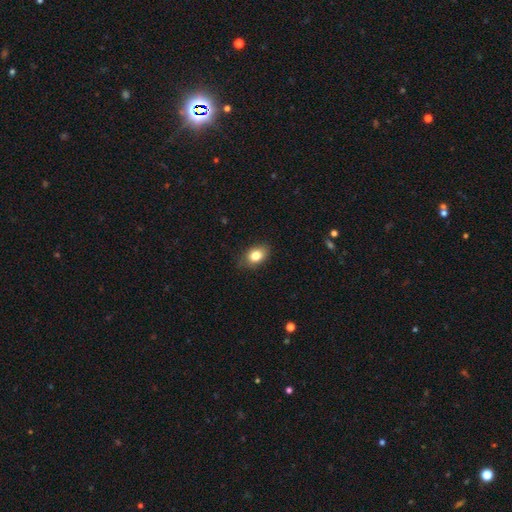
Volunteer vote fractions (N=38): Q: Smooth or featured?
A: smooth (84%); runner-up: featured or disk (11%)
Q: How rounded?
A: in between (84%); runner-up: round (12%)
Q: Merging?
A: none (69%); runner-up: minor disturbance (31%)